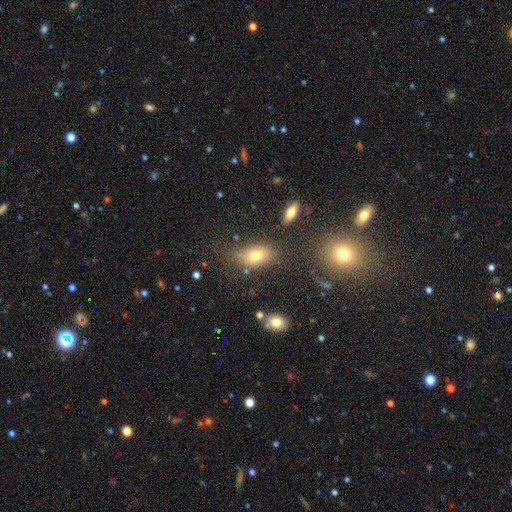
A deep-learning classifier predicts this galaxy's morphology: A smooth galaxy with no disk features (70%) that is in between round and cigar-shaped (83%). Merging: none (64%).